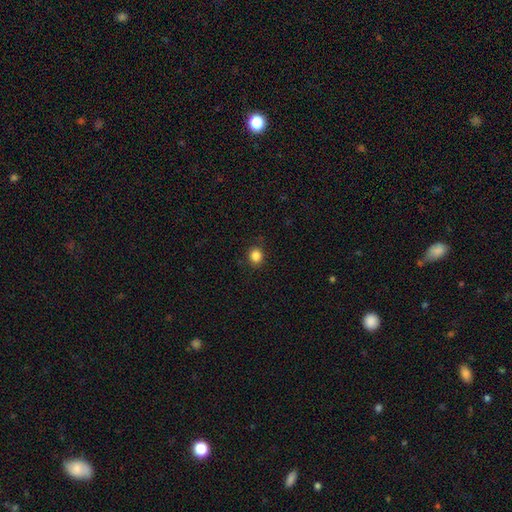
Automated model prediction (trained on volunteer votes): Smooth or featured: smooth — 85% (star or artifact — 11%)
How rounded: round — 79% (in between — 20%)
Merging: none — 89% (minor disturbance — 8%)